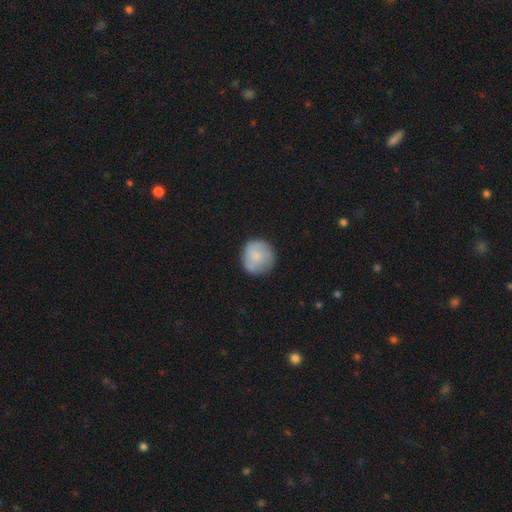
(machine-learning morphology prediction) Smooth or featured? smooth (72%)
How rounded? round (91%)
Merging? none (76%)